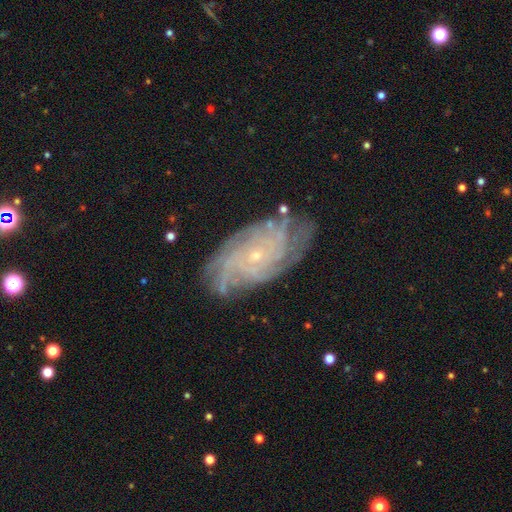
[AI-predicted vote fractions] Overall: featured or disk (83%). Edge-on disk: no (95%). Bar: no (77%). Spiral arms: yes (97%). Spiral arm count: can't tell (28%; more than 4 21%). Spiral winding: tight (73%). Bulge size: small (85%). Merging: none (81%).